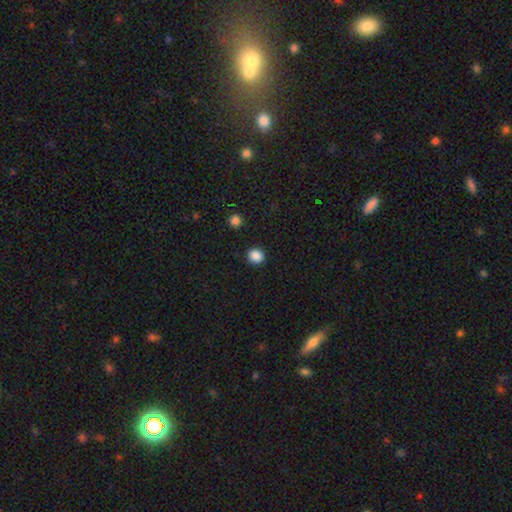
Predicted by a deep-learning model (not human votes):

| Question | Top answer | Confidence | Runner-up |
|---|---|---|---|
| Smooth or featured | smooth | 87% | star or artifact (10%) |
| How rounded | round | 83% | in between (16%) |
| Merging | none | 91% | minor disturbance (6%) |